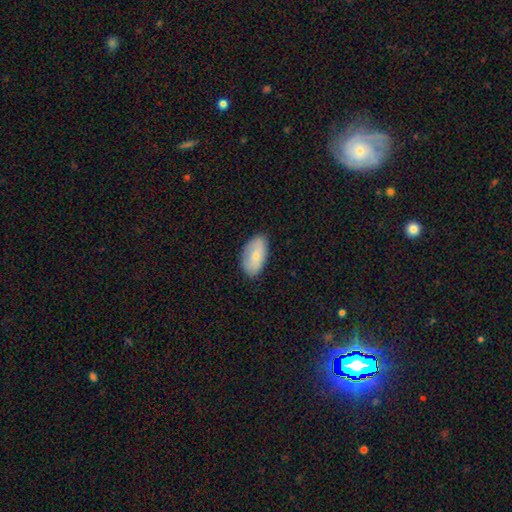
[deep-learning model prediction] Morphology: type=smooth (73%); roundness=in between (94%); merging=none (82%).